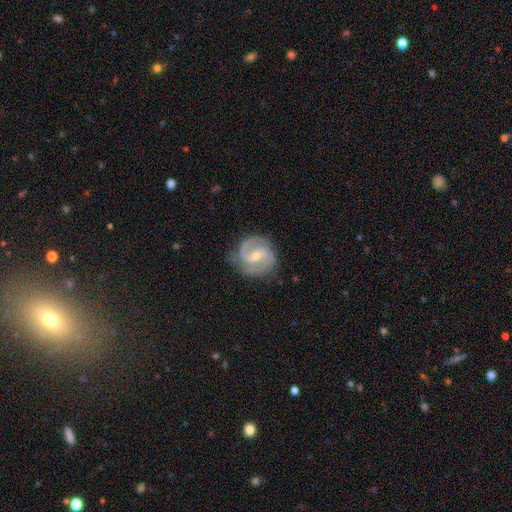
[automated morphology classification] featured or disk 88%, smooth 7%, star or artifact 5%. Down the decision tree: edge-on disk — no (98%); bar — weak (51%); spiral arms — yes (97%); spiral arm count — 2 (82%); spiral winding — medium (51%); bulge size — small (54%); merging — none (77%).